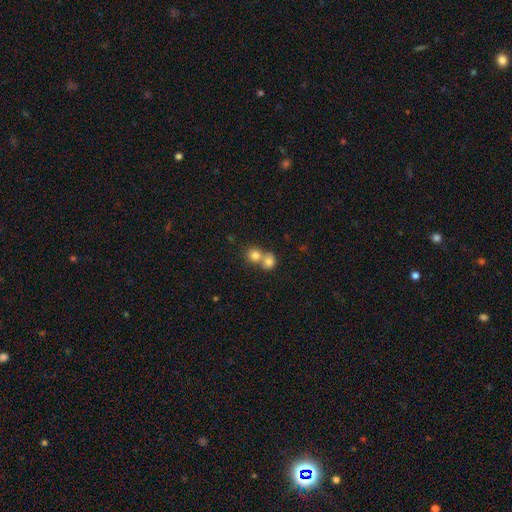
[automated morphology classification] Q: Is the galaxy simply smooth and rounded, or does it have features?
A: smooth — 79%.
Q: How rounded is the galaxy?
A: round — 84%.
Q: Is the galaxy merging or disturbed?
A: merger — 57%.